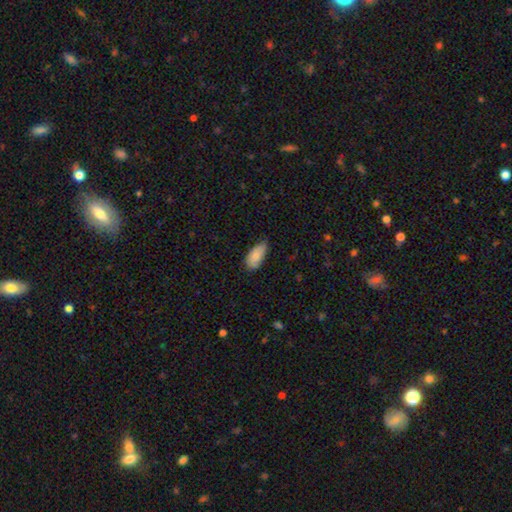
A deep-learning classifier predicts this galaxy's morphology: A smooth galaxy with no disk features (85%) that is in between round and cigar-shaped (91%). Merging: none (61%).